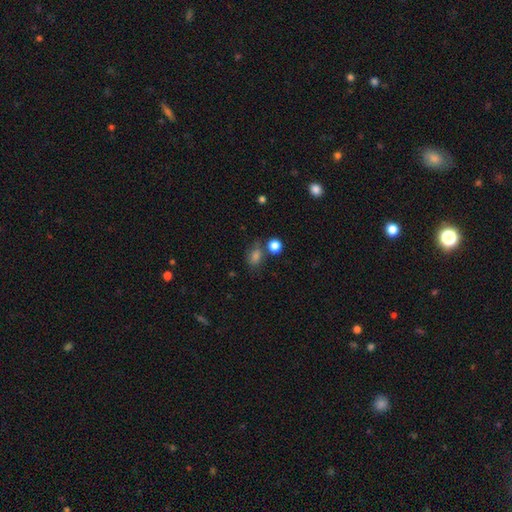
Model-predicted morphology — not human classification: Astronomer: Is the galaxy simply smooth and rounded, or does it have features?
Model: smooth — 72%.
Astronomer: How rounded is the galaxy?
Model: in between — 67%.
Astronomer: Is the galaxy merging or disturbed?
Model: none — 60%.